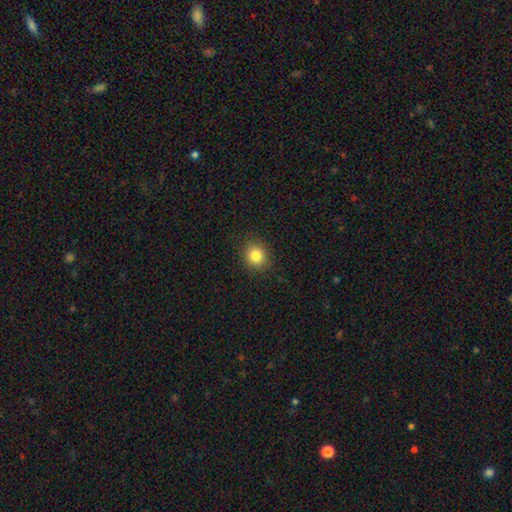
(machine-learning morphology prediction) Smooth or featured?
  - smooth: 83% *
  - star or artifact: 11%
  - featured or disk: 6%
How rounded?
  - round: 78% *
  - in between: 21%
  - cigar-shaped: 1%
Merging?
  - none: 89% *
  - minor disturbance: 8%
  - major disturbance: 2%
  - merger: 1%